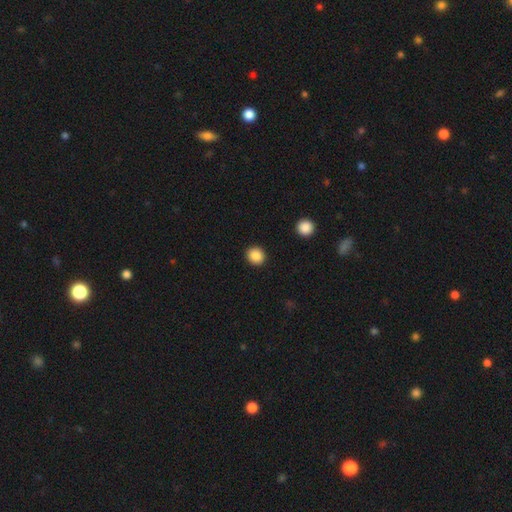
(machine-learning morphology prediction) This appears to be a smooth galaxy with no disk features (88%) that is round (87%). Merging: none (92%).